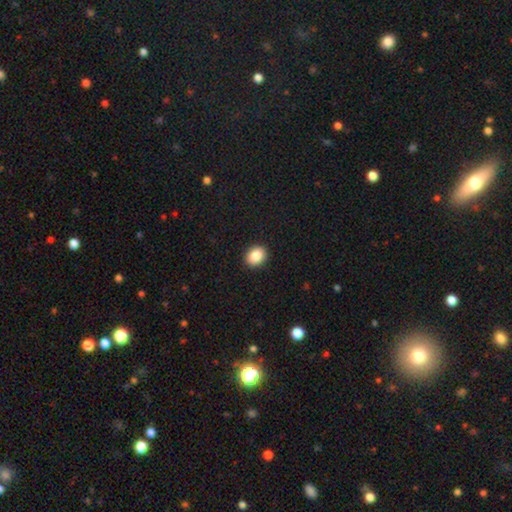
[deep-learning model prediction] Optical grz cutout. It shows a smooth galaxy with no disk features (87%) that is round (50%). Merging: none (92%).